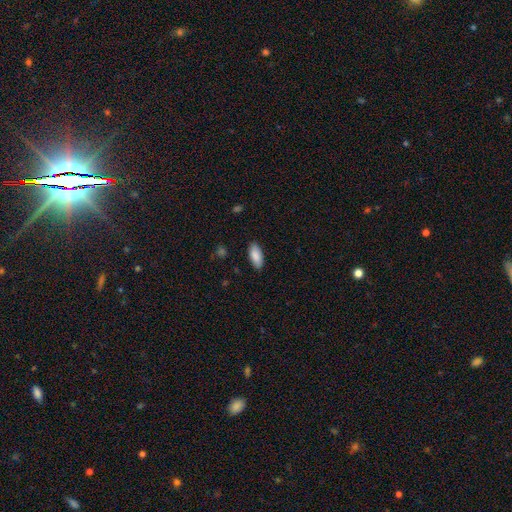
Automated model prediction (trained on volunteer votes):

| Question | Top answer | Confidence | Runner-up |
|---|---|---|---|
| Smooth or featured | smooth | 88% | star or artifact (6%) |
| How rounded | in between | 86% | cigar-shaped (12%) |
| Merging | none | 87% | minor disturbance (10%) |